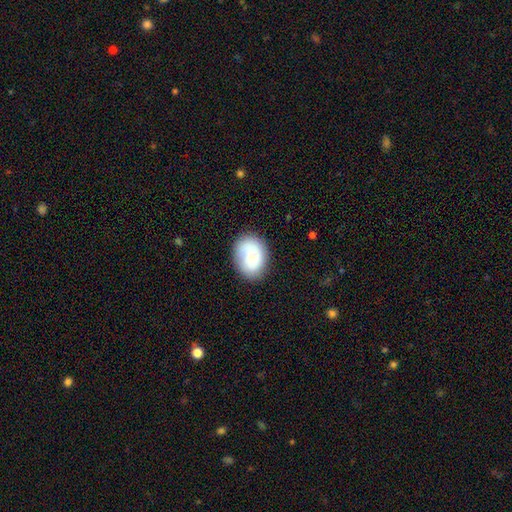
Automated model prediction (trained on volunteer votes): This is likely a smooth galaxy (75%). How rounded: likely in between (65%). Merging: likely none (67%).